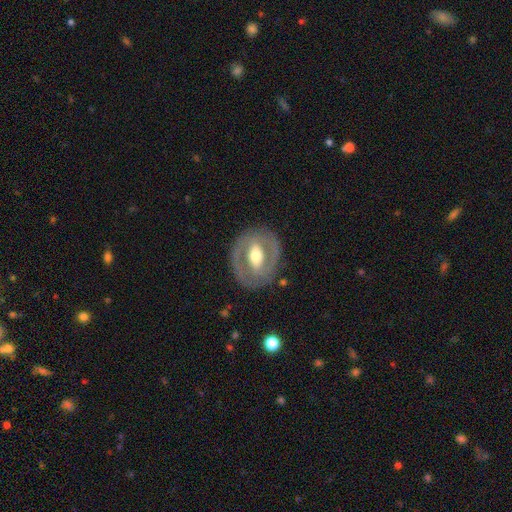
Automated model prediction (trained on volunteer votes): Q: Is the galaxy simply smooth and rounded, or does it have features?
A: featured or disk — 73%.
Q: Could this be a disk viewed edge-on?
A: no — 93%.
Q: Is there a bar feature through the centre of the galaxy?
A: strong — 48%.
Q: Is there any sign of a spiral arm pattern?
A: no — 51%.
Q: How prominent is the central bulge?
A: moderate — 69%.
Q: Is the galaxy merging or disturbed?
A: none — 82%.